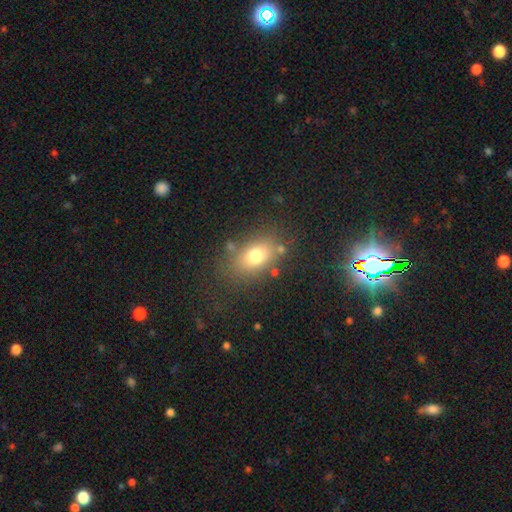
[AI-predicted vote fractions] Smooth or featured? smooth (74%)
How rounded? in between (77%)
Merging? none (76%)